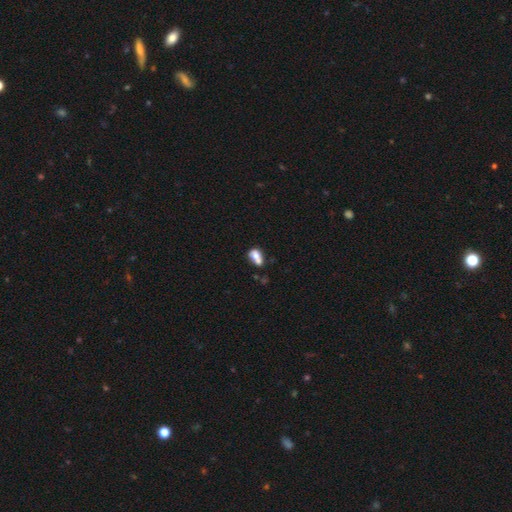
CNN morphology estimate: type=smooth (67%); roundness=in between (68%); merging=merger (54%).